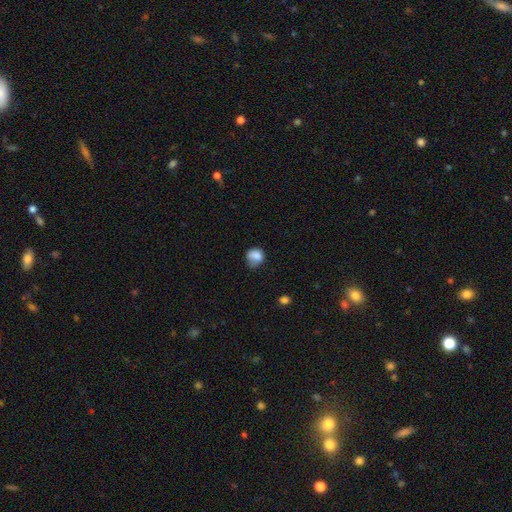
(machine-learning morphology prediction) smooth 80%, featured or disk 10%, star or artifact 9%. Down the decision tree: how rounded — round (67%); merging — none (41%).